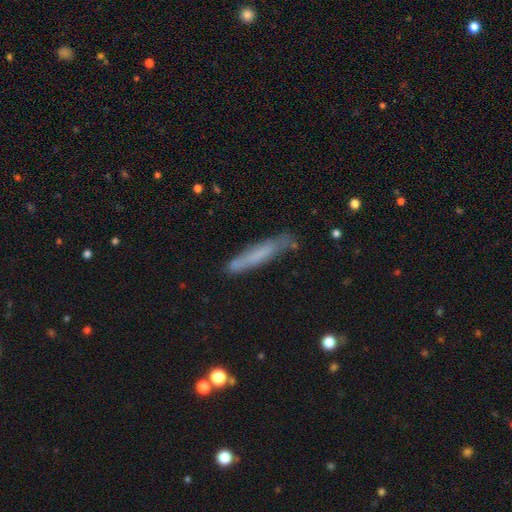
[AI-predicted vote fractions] Smooth or featured? smooth (60%)
How rounded? cigar-shaped (92%)
Merging? none (73%)